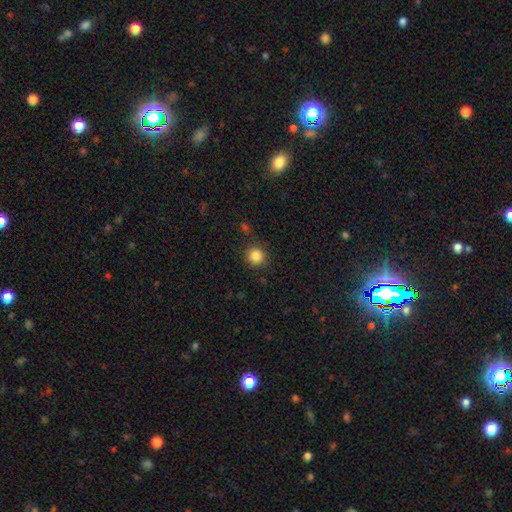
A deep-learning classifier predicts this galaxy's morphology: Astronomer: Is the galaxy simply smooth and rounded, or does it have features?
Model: smooth — 85%.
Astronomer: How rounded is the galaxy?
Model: round — 92%.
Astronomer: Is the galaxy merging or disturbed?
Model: none — 86%.